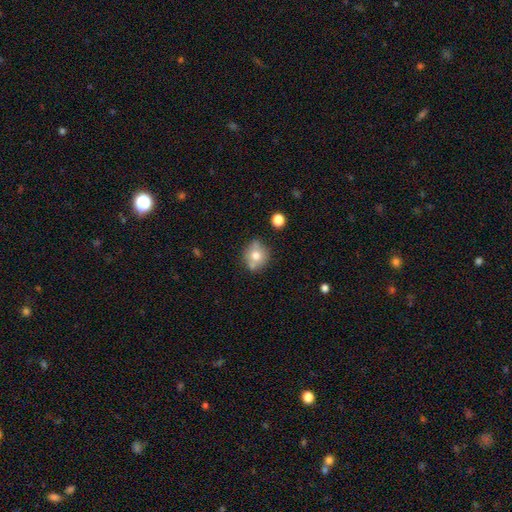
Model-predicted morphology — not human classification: Q: Smooth or featured?
A: smooth (69%); runner-up: featured or disk (21%)
Q: How rounded?
A: round (84%); runner-up: in between (15%)
Q: Merging?
A: none (67%); runner-up: minor disturbance (15%)